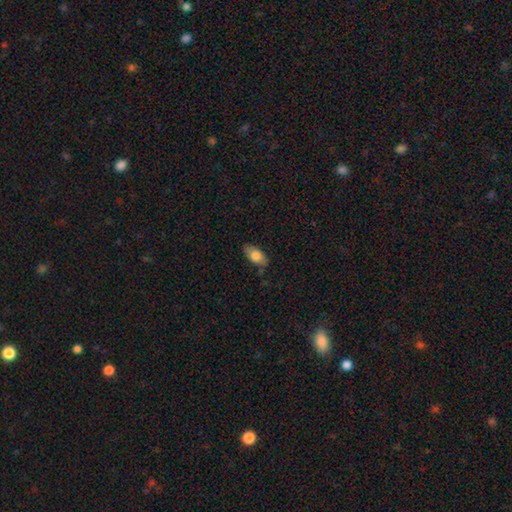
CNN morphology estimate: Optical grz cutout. It shows a smooth galaxy with no disk features (78%) that is in between round and cigar-shaped (90%). Merging: none (80%).